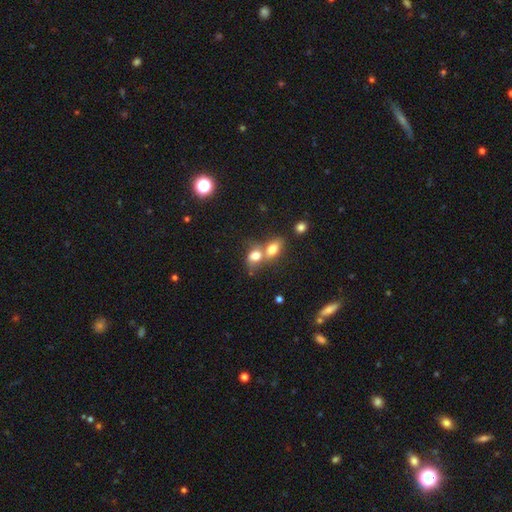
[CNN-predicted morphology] Smooth or featured? Predicted: smooth (p=0.74). How rounded? Predicted: in between (p=0.65). Merging? Predicted: merger (p=0.65).